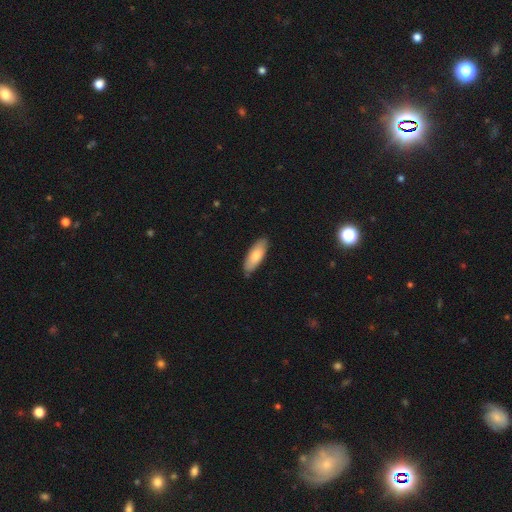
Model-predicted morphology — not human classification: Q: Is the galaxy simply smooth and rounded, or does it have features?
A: smooth — 78%.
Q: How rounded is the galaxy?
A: in between — 69%.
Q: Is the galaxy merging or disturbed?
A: none — 85%.